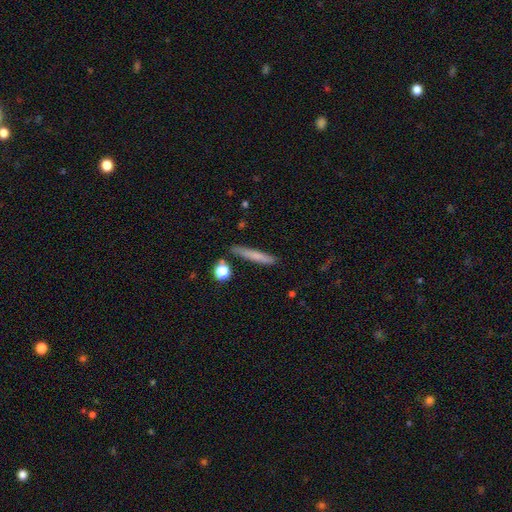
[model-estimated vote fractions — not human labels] Overall: smooth (69%). How rounded: cigar-shaped (93%). Merging: none (82%).